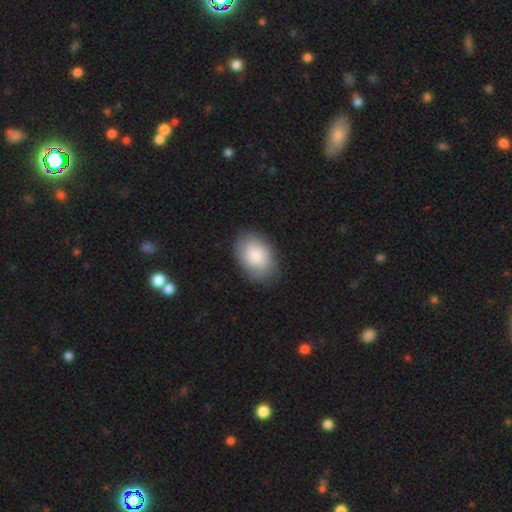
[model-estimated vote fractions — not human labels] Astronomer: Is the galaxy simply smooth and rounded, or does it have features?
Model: smooth — 63%.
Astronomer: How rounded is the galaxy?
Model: in between — 78%.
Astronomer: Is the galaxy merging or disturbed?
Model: none — 78%.